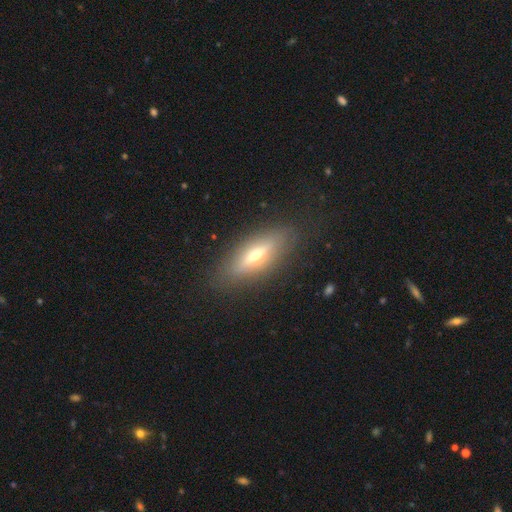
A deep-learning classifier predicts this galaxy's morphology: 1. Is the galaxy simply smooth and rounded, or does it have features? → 53% featured or disk, 39% smooth, 8% star or artifact.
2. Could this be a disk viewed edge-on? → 78% yes, 22% no.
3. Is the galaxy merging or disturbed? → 85% none, 10% minor disturbance, 4% major disturbance, 1% merger.